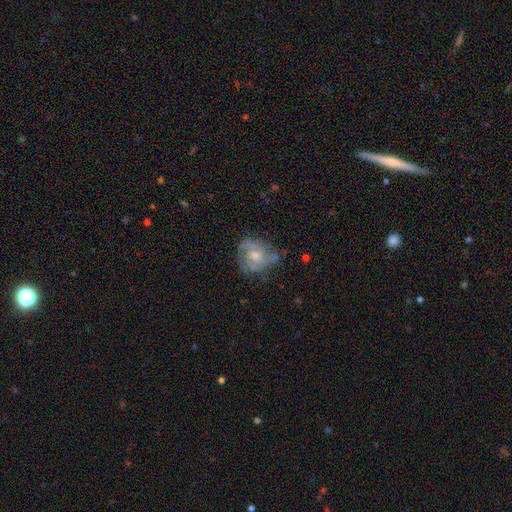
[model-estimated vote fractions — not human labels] Smooth or featured? featured or disk (75%)
Edge-on disk? no (97%)
Bar? no (70%)
Spiral arms? yes (90%)
Spiral winding? tight (46%)
Spiral arm count? 2 (33%)
Bulge size? moderate (52%)
Merging? none (62%)